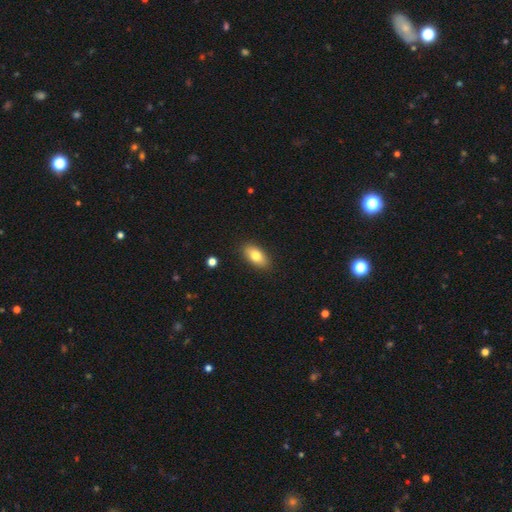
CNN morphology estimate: Smooth or featured: smooth — 79% (featured or disk — 13%)
How rounded: in between — 90% (cigar-shaped — 5%)
Merging: none — 88% (minor disturbance — 9%)